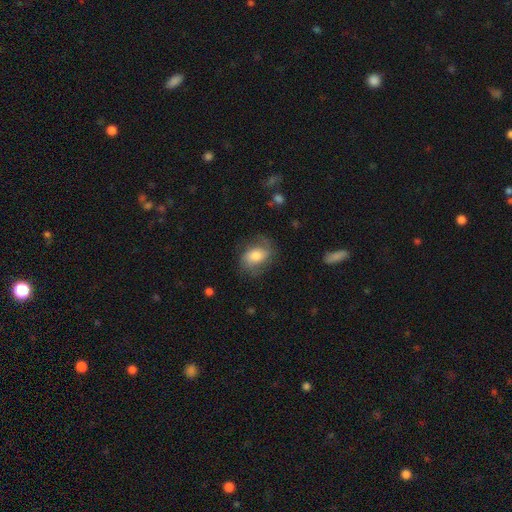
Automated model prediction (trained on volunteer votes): A smooth galaxy with no disk features (58%) that is in between round and cigar-shaped (75%). Merging: none (62%).